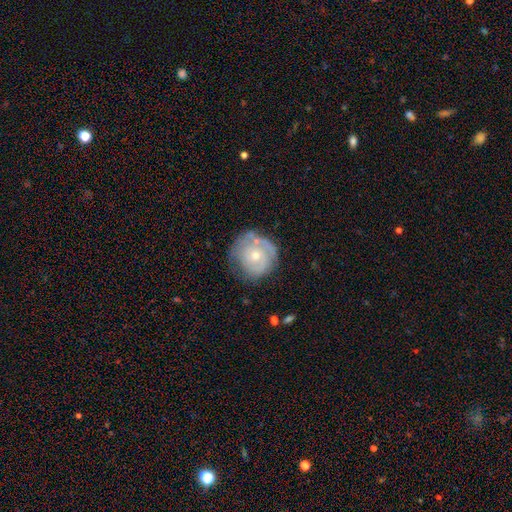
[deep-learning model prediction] A featured or disk galaxy (61%) with no bar (82%), spiral arms (71%) and a small central bulge (50%).

Vote fractions:
- Smooth or featured? featured or disk: 61% / smooth: 33% / star or artifact: 7%
- Edge-on disk? no: 97% / yes: 3%
- Bar? no: 82% / weak: 15% / strong: 2%
- Spiral arms? yes: 71% / no: 29%
- Bulge size? small: 50% / moderate: 46% / large: 2% / none: 1% / dominant: 1%
- Merging? none: 61% / minor disturbance: 24% / major disturbance: 10% / merger: 5%